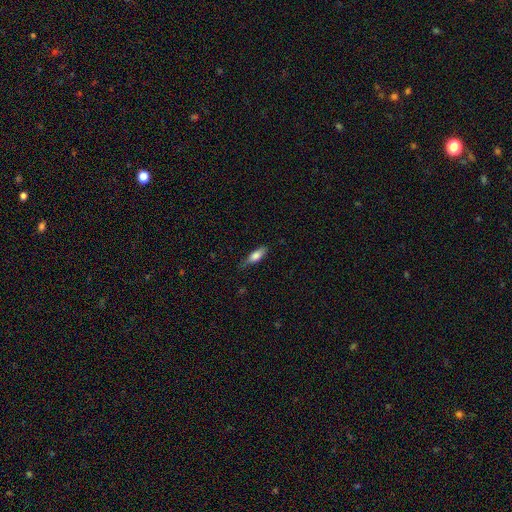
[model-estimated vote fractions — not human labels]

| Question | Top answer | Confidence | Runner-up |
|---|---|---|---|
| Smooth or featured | smooth | 75% | featured or disk (18%) |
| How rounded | in between | 61% | cigar-shaped (36%) |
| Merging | none | 70% | minor disturbance (24%) |